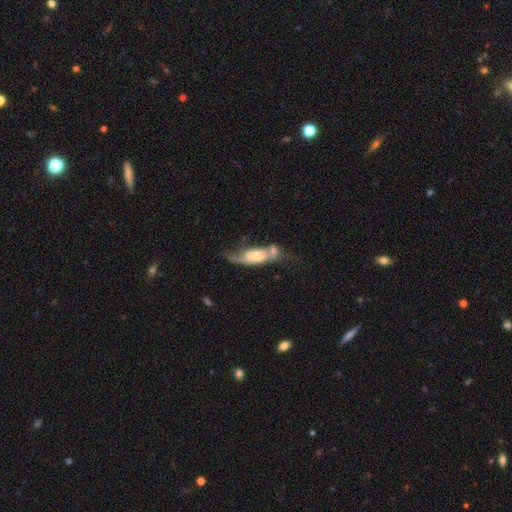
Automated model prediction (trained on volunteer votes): Smooth or featured? featured or disk (50%)
Edge-on disk? no (82%)
Merging? merger (42%)